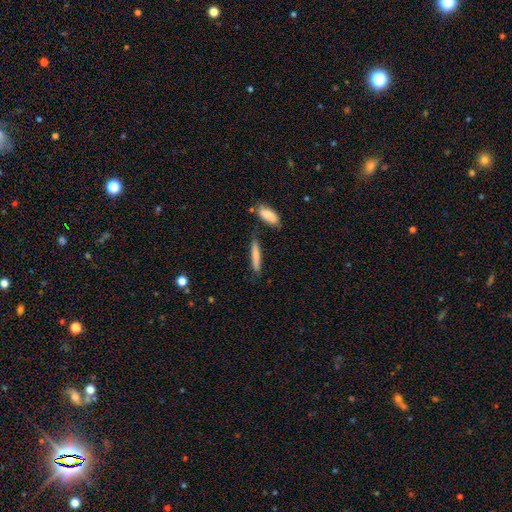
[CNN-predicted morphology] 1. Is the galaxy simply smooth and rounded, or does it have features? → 75% smooth, 19% featured or disk, 6% star or artifact.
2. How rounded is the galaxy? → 90% cigar-shaped, 9% in between, 2% round.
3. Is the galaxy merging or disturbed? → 80% none, 13% minor disturbance, 5% merger, 3% major disturbance.